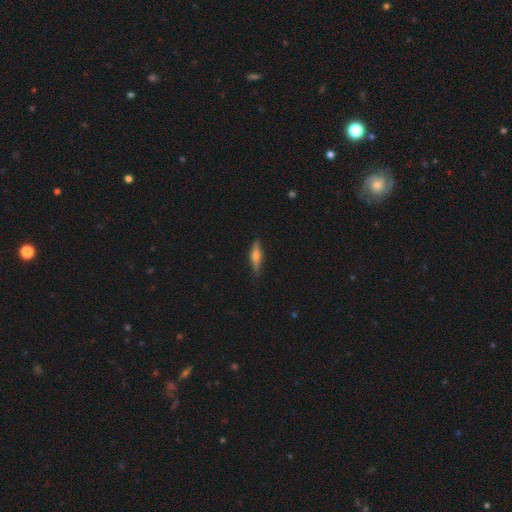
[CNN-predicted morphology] The model was most divided on "smooth or featured": featured or disk: 56%, smooth: 37%, star or artifact: 7%. More confident: edge-on disk — yes (96%); merging — none (88%); edge-on bulge — rounded (87%).